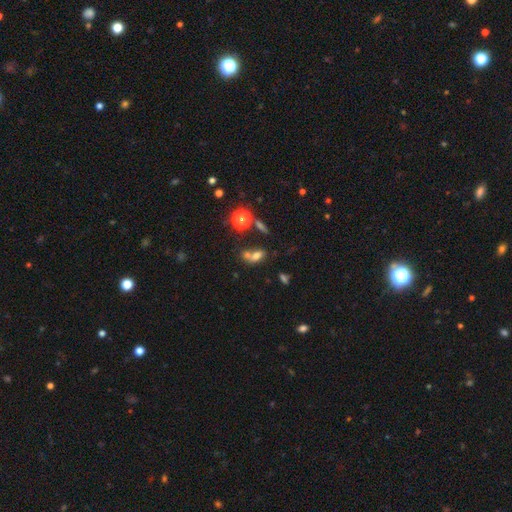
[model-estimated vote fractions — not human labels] A smooth galaxy with no disk features (65%) that is in between round and cigar-shaped (71%). Merging: merger (49%).